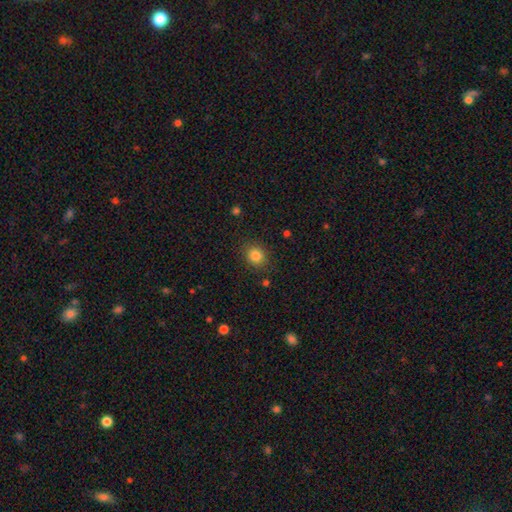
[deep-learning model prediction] smooth 84%, star or artifact 11%, featured or disk 5%. Down the decision tree: how rounded — round (75%); merging — none (86%).